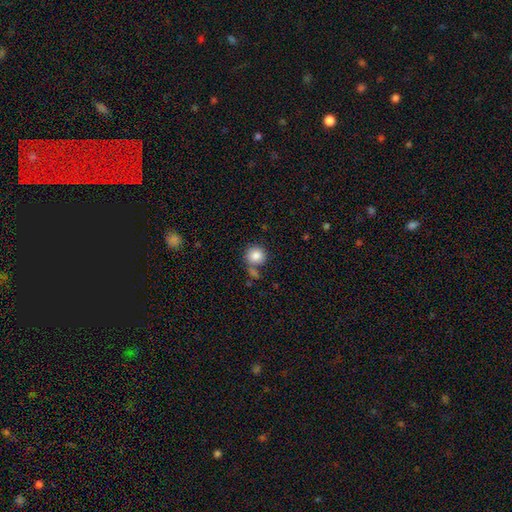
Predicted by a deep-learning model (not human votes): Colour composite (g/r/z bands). It shows a smooth galaxy with no disk features (84%) that is round (91%). Merging: none (66%).